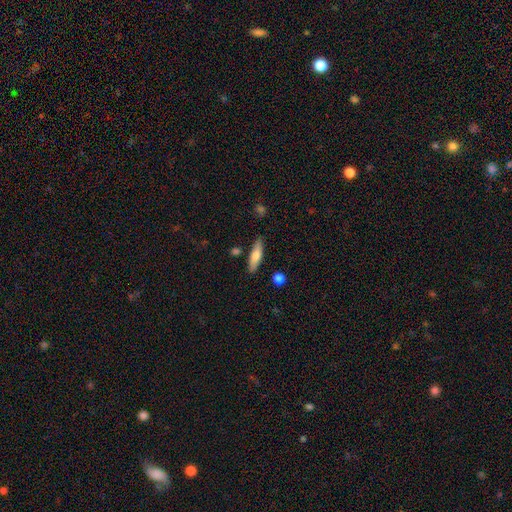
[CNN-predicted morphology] Smooth or featured?
  - smooth: 71% *
  - featured or disk: 23%
  - star or artifact: 6%
How rounded?
  - cigar-shaped: 68% *
  - in between: 30%
  - round: 2%
Merging?
  - none: 83% *
  - minor disturbance: 11%
  - merger: 3%
  - major disturbance: 2%